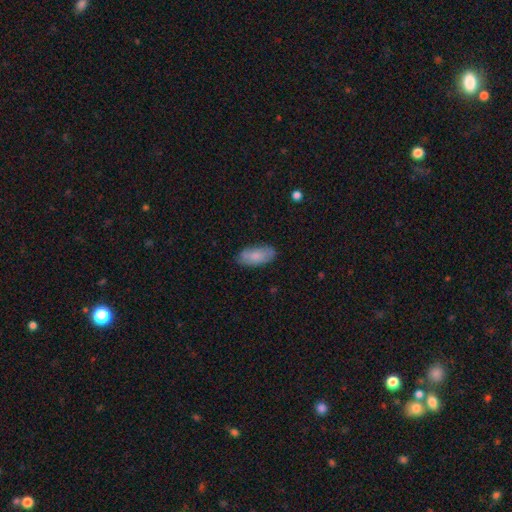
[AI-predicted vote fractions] Smooth or featured: smooth — 81% (featured or disk — 13%)
How rounded: in between — 88% (cigar-shaped — 10%)
Merging: none — 79% (minor disturbance — 16%)